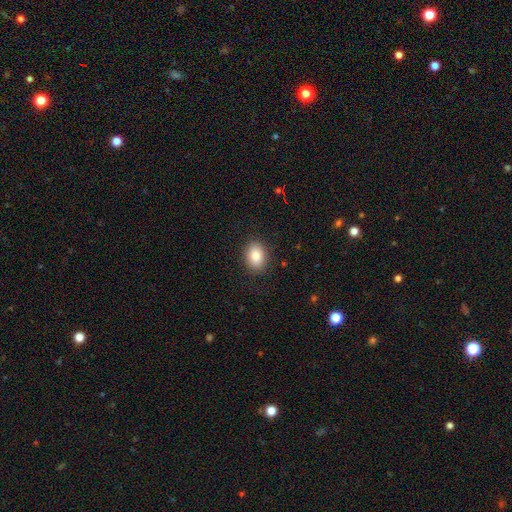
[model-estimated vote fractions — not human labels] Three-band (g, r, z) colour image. It shows a smooth galaxy with no disk features (84%) that is in between round and cigar-shaped (69%). Merging: none (88%).